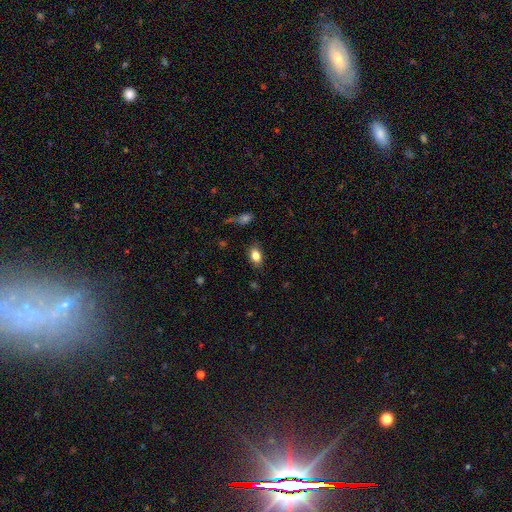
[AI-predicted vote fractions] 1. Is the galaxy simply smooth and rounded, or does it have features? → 83% smooth, 9% star or artifact, 8% featured or disk.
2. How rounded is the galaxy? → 85% in between, 12% round, 2% cigar-shaped.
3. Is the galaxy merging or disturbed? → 82% none, 14% minor disturbance, 3% major disturbance, 1% merger.